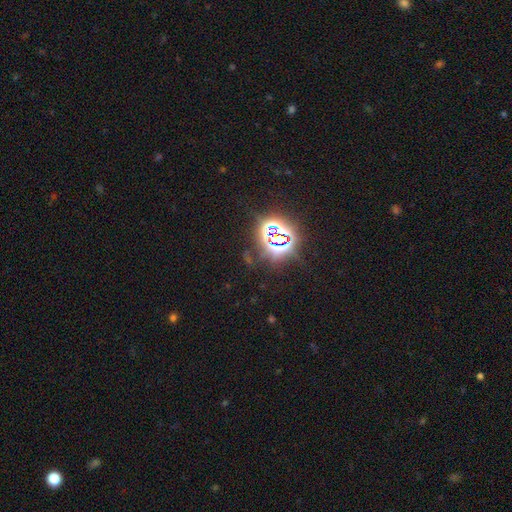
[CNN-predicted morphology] Smooth or featured? star or artifact (81%)